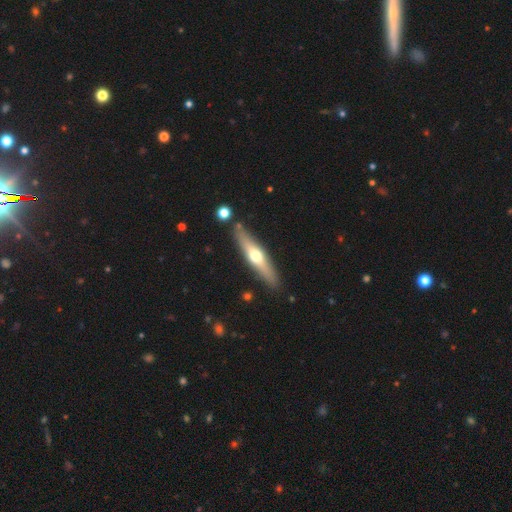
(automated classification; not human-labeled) Smooth or featured: featured or disk — 53% (smooth — 42%)
Edge-on disk: yes — 91% (no — 9%)
Merging: none — 86% (minor disturbance — 9%)